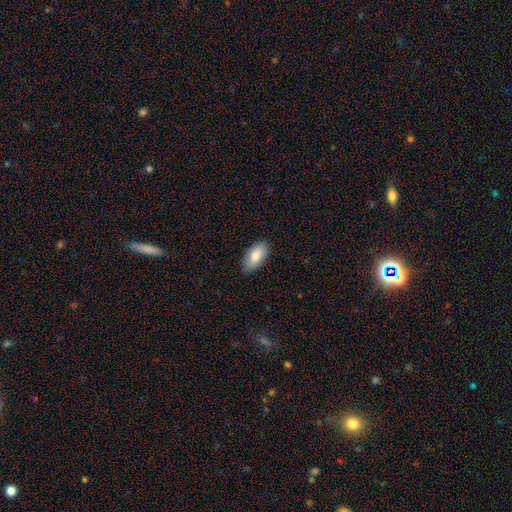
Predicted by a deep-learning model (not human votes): Smooth or featured: smooth — 81% (featured or disk — 12%)
How rounded: in between — 93% (cigar-shaped — 4%)
Merging: none — 83% (minor disturbance — 13%)